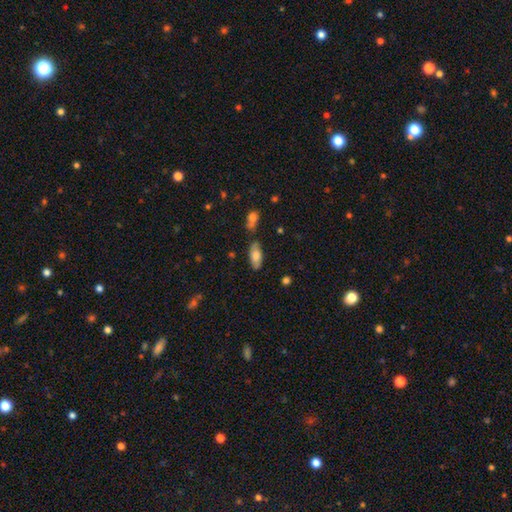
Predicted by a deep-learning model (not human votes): Morphology: type=smooth (72%); roundness=in between (84%); merging=none (72%).